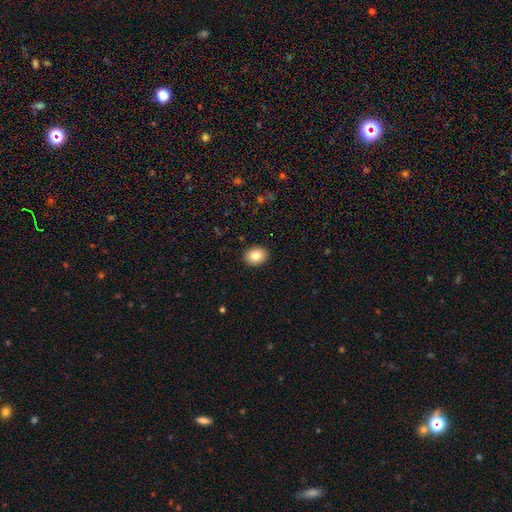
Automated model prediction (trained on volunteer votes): A smooth galaxy with no disk features (82%) that is round (50%). Merging: none (91%).